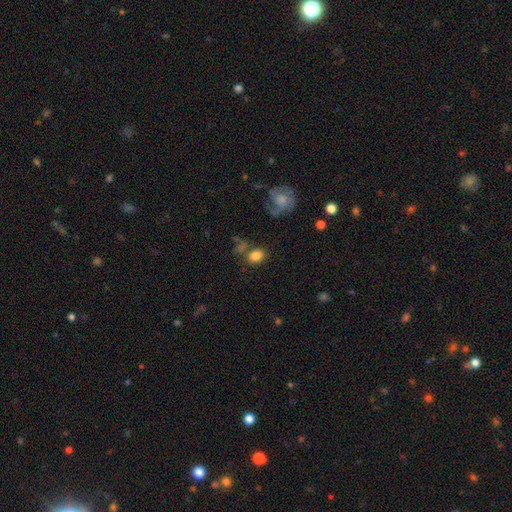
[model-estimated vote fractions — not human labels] Smooth or featured: smooth — 81% (featured or disk — 9%)
How rounded: in between — 67% (round — 31%)
Merging: none — 66% (minor disturbance — 16%)